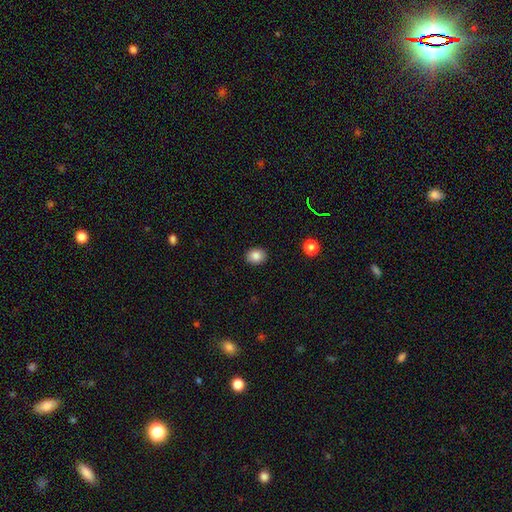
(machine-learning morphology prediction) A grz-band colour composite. It shows a smooth galaxy with no disk features (85%) that is round (52%). Merging: none (90%).